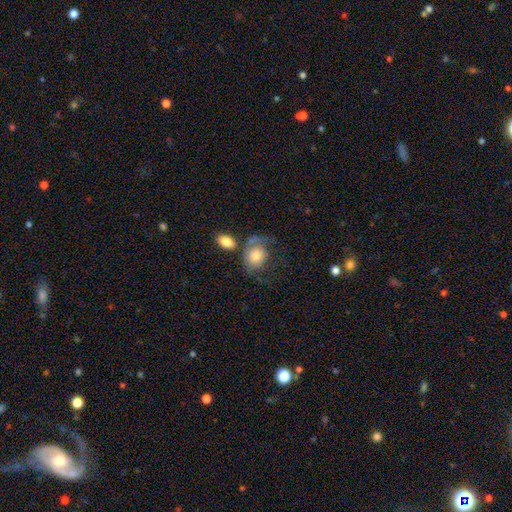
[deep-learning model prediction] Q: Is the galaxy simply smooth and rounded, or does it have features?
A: smooth — 63%.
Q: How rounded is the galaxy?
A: round — 50%.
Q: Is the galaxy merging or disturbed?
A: none — 31%.